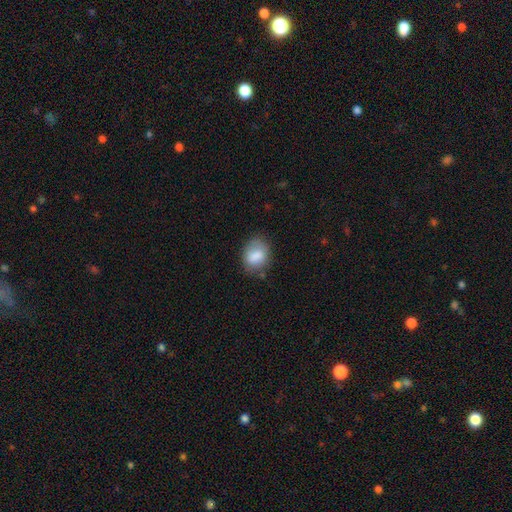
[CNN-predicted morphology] Q: Smooth or featured?
A: smooth (82%); runner-up: featured or disk (10%)
Q: How rounded?
A: in between (61%); runner-up: round (38%)
Q: Merging?
A: none (68%); runner-up: minor disturbance (23%)